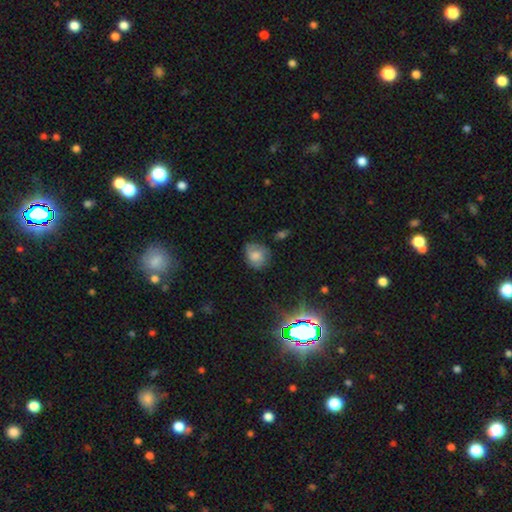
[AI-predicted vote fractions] This appears to be a smooth galaxy with no disk features (58%) that is round (63%). Merging: none (69%).